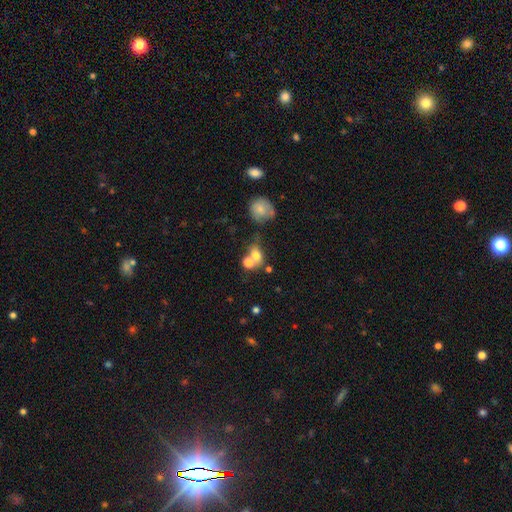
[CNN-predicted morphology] Smooth or featured: smooth — 70% (featured or disk — 16%)
How rounded: in between — 51% (round — 46%)
Merging: merger — 45% (none — 35%)